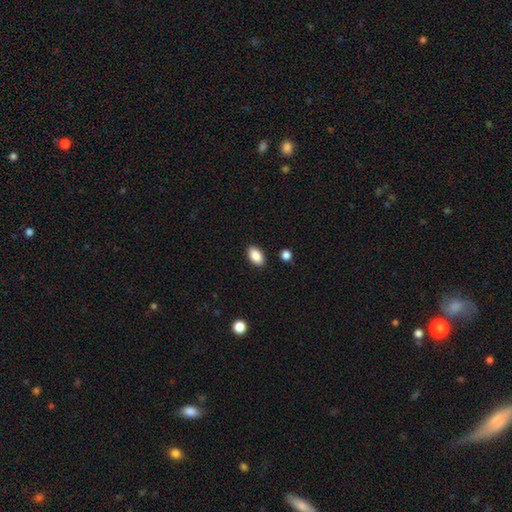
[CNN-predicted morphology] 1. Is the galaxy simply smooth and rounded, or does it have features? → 88% smooth, 8% star or artifact, 4% featured or disk.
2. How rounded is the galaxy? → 91% in between, 7% round, 2% cigar-shaped.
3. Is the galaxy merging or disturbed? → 88% none, 8% minor disturbance, 2% major disturbance, 2% merger.